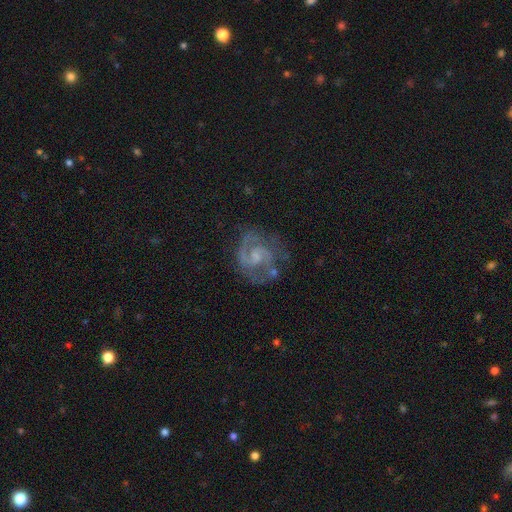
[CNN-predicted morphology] The model was most divided on "bar": weak: 49%, no: 41%, strong: 10%. Remaining: edge-on disk — no (98%); spiral arms — yes (97%); smooth or featured — featured or disk (87%); spiral arm count — 2 (85%); merging — none (67%); spiral winding — medium (54%); bulge size — small (49%).